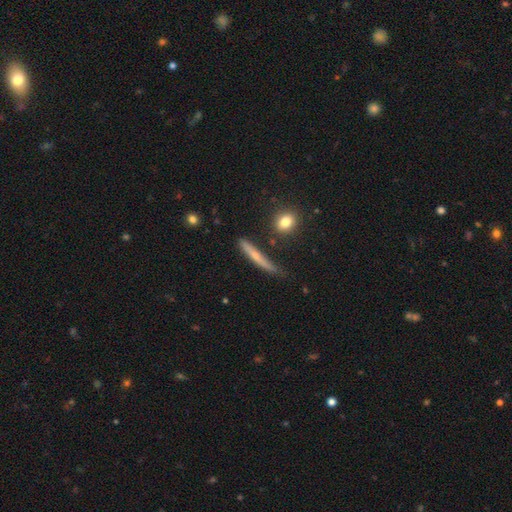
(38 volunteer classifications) Smooth or featured? 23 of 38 (61%) said smooth. How rounded? 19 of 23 (83%) said cigar-shaped. Merging? 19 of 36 (53%) said none.